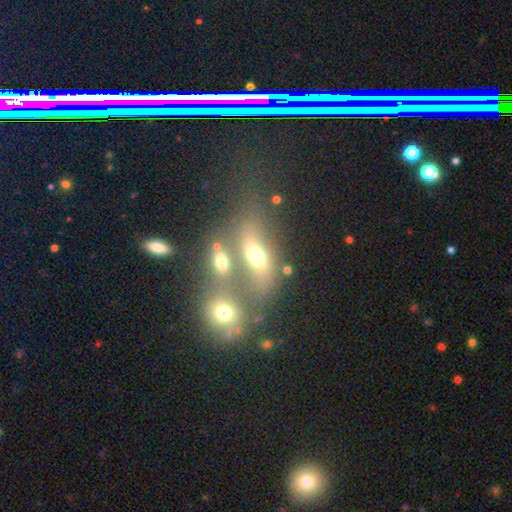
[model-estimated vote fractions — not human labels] Smooth or featured?
  - smooth: 62% *
  - featured or disk: 24%
  - star or artifact: 14%
How rounded?
  - in between: 71% *
  - round: 19%
  - cigar-shaped: 9%
Merging?
  - merger: 49% *
  - none: 34%
  - minor disturbance: 10%
  - major disturbance: 8%